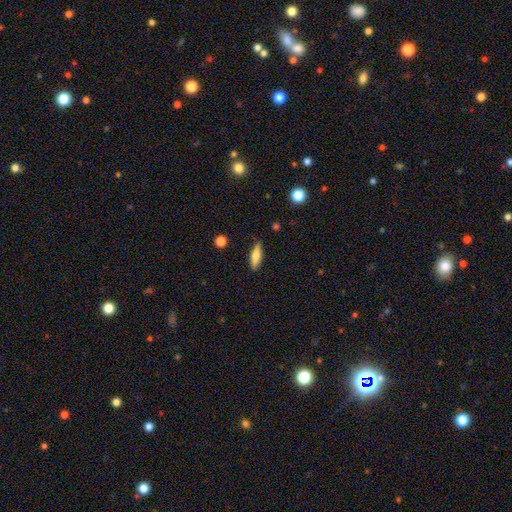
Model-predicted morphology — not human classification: This appears to be a smooth galaxy with no disk features (67%) that is cigar-shaped (61%). Merging: none (84%).